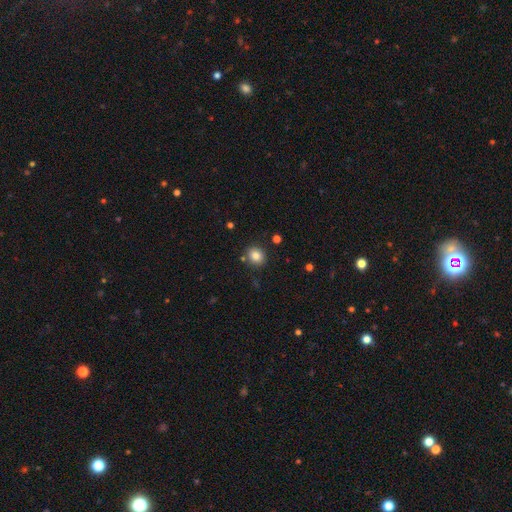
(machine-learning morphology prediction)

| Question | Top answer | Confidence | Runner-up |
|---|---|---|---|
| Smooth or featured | smooth | 83% | star or artifact (11%) |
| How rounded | round | 78% | in between (21%) |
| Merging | none | 85% | minor disturbance (9%) |